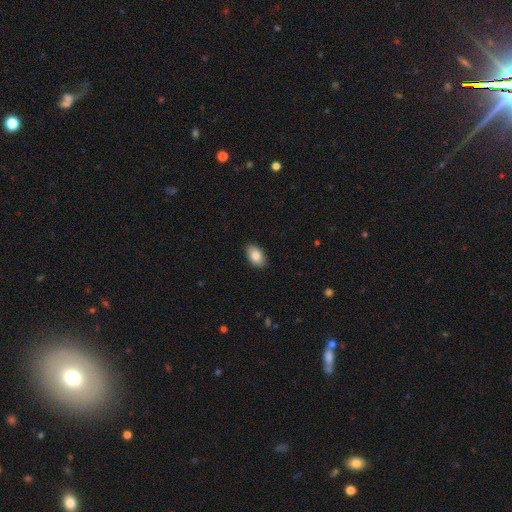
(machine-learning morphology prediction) This appears to be a smooth galaxy with no disk features (85%) that is in between round and cigar-shaped (92%). Merging: none (88%).